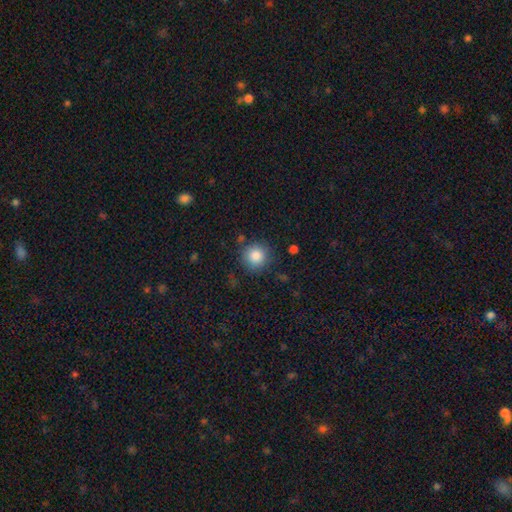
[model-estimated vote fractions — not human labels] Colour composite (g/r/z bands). It shows a smooth galaxy with no disk features (85%) that is round (93%). Merging: none (84%).